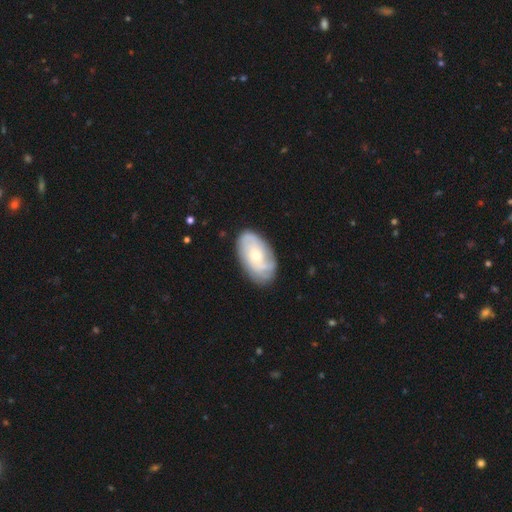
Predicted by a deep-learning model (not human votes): A featured or disk galaxy (62%) with no bar (78%), spiral arms (80%) and a small central bulge (56%). Merging: none (79%).